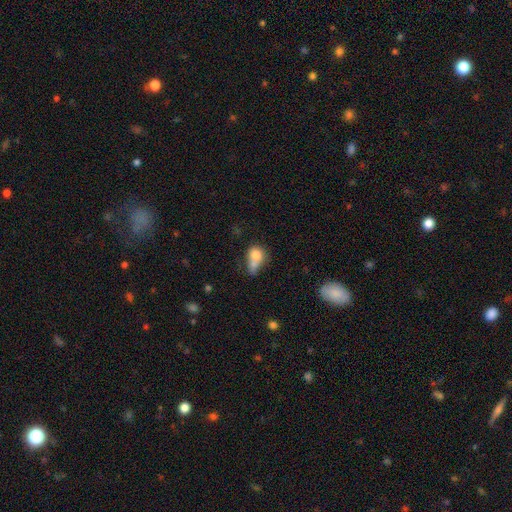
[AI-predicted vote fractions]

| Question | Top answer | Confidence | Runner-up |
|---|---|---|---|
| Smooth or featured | smooth | 74% | featured or disk (17%) |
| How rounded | round | 55% | in between (43%) |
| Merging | merger | 52% | none (23%) |